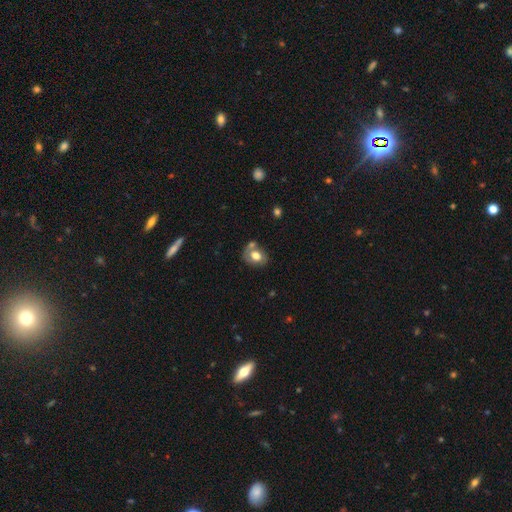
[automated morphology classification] Smooth or featured? Predicted: smooth (p=0.66). How rounded? Predicted: in between (p=0.55). Merging? Predicted: none (p=0.48).